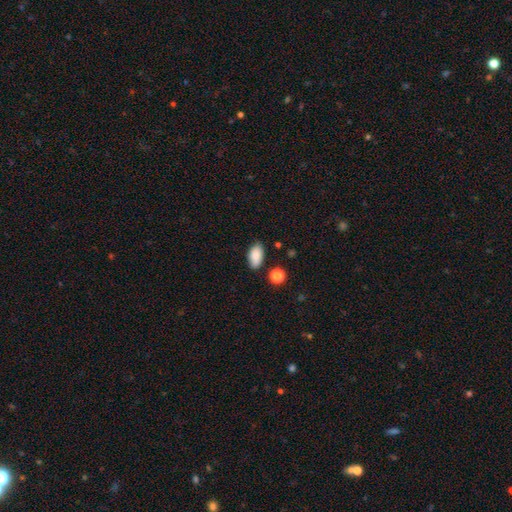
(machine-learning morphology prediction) Overall: smooth (86%). How rounded: in between (92%). Merging: none (77%).